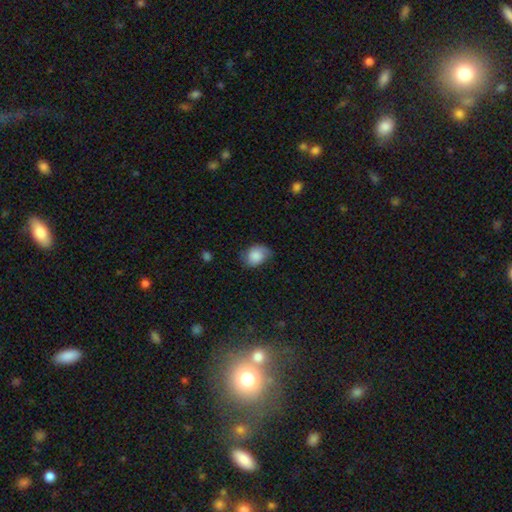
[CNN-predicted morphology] This is likely a smooth galaxy (79%). How rounded: possibly in between (60%). Merging: possibly none (59%).